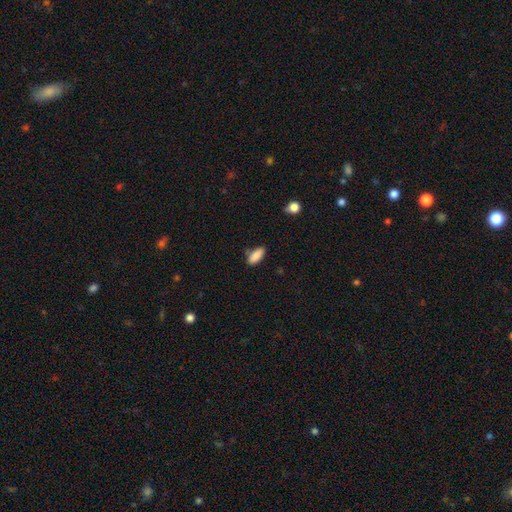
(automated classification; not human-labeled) The model was most divided on "merging": none: 77%, minor disturbance: 17%, merger: 4%, major disturbance: 3%. More confident: smooth or featured — smooth (88%); how rounded — in between (84%).